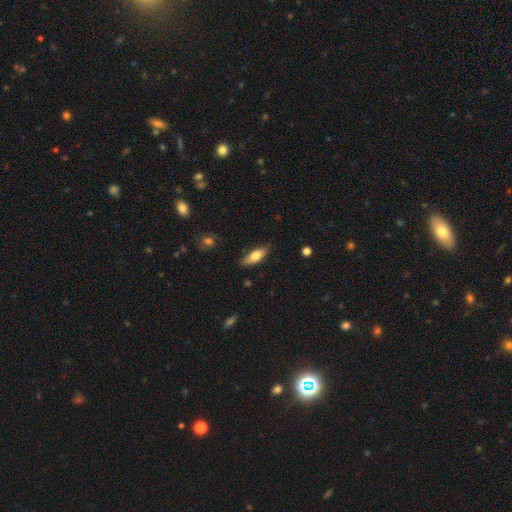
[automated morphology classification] A smooth galaxy with no disk features (70%) that is in between round and cigar-shaped (65%). Merging: none (83%).